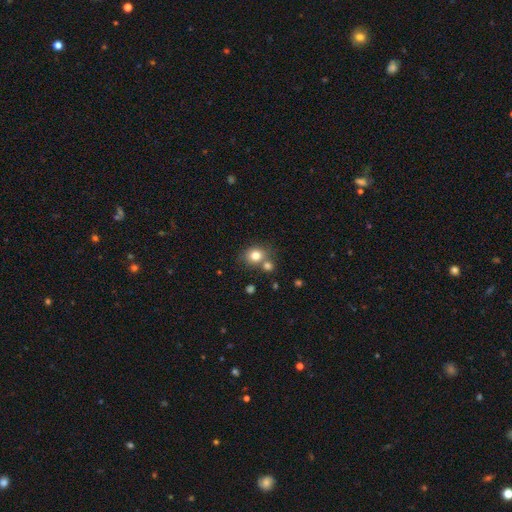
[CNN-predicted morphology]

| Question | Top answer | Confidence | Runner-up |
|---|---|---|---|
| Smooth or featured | smooth | 80% | star or artifact (11%) |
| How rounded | round | 70% | in between (29%) |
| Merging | none | 59% | merger (26%) |